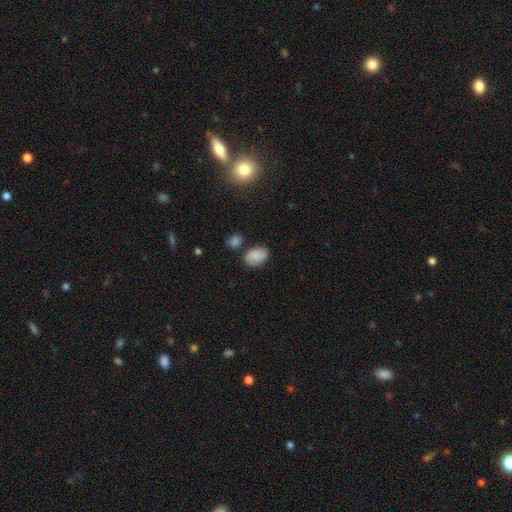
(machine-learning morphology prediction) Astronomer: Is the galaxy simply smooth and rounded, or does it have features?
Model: smooth — 84%.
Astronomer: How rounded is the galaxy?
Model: in between — 85%.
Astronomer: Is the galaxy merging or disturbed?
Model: none — 69%.